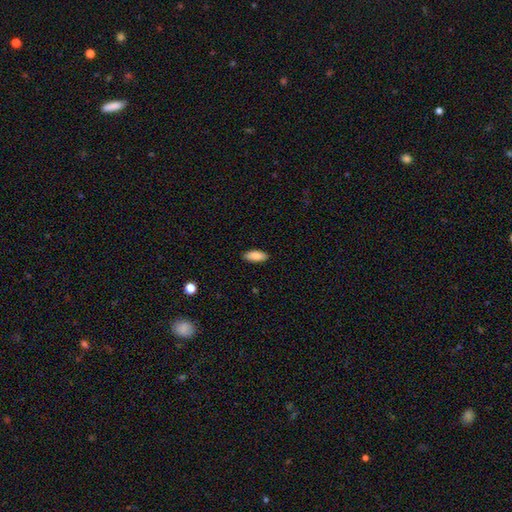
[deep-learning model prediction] Smooth or featured: smooth — 88% (star or artifact — 6%)
How rounded: in between — 80% (cigar-shaped — 18%)
Merging: none — 89% (minor disturbance — 8%)